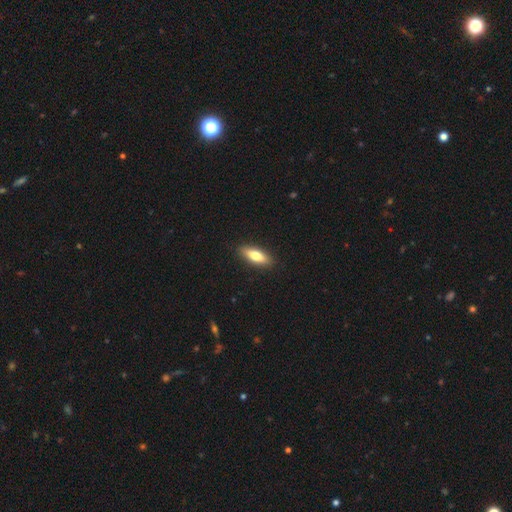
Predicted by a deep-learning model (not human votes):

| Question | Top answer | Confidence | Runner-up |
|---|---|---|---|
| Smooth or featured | smooth | 75% | featured or disk (19%) |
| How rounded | in between | 61% | cigar-shaped (37%) |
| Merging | none | 89% | minor disturbance (8%) |